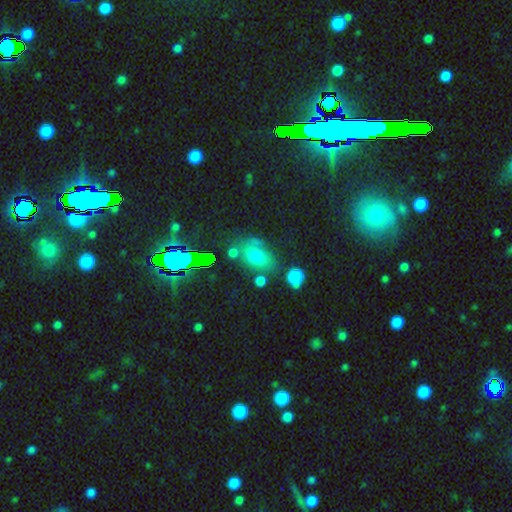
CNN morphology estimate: This appears to be a smooth galaxy with no disk features (58%) that is in between round and cigar-shaped (78%). Merging: none (57%).